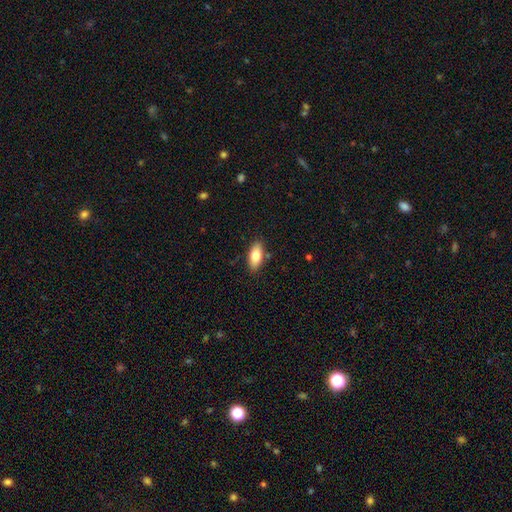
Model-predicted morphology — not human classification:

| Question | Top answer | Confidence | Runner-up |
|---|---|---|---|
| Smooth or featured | smooth | 80% | featured or disk (13%) |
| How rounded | in between | 87% | cigar-shaped (10%) |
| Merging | none | 86% | minor disturbance (10%) |